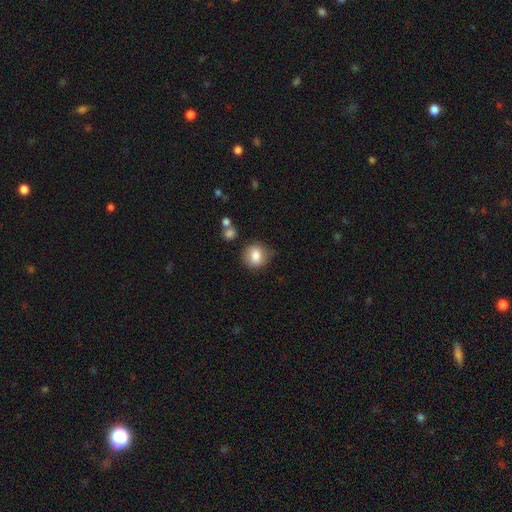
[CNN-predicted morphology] A smooth galaxy with no disk features (82%) that is round (72%).

Vote fractions:
- Smooth or featured? smooth: 82% / featured or disk: 10% / star or artifact: 9%
- How rounded? round: 72% / in between: 27% / cigar-shaped: 1%
- Merging? none: 73% / minor disturbance: 18% / major disturbance: 5% / merger: 4%